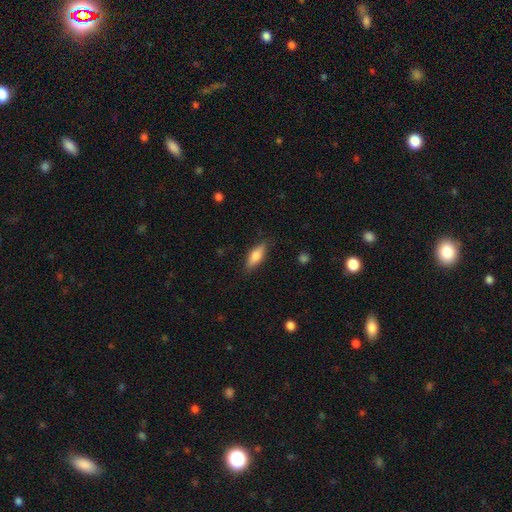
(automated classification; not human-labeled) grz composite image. It shows a smooth galaxy with no disk features (71%) that is in between round and cigar-shaped (63%). Merging: none (83%).